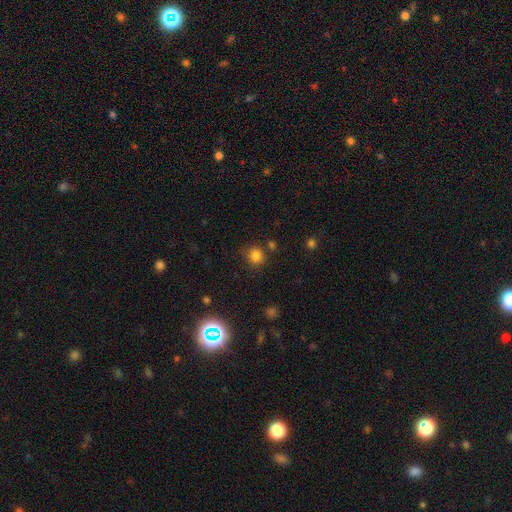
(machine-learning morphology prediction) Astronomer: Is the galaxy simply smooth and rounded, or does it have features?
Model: smooth — 81%.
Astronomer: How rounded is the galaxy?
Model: round — 90%.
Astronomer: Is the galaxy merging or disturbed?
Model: none — 78%.